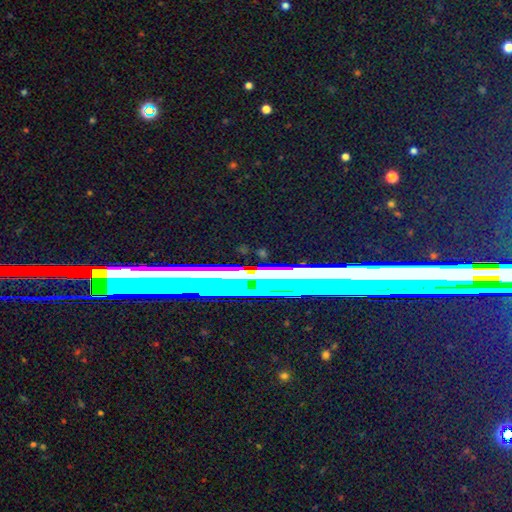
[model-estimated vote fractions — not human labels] The model was most divided on "smooth or featured": star or artifact: 68%, featured or disk: 20%, smooth: 12%.